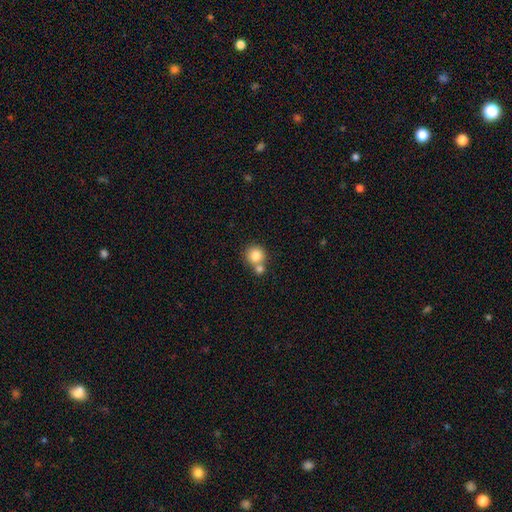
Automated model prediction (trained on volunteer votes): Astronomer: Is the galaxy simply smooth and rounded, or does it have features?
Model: smooth — 82%.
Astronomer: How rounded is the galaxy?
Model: round — 91%.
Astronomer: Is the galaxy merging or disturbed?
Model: none — 52% (runner-up: merger, 38%).